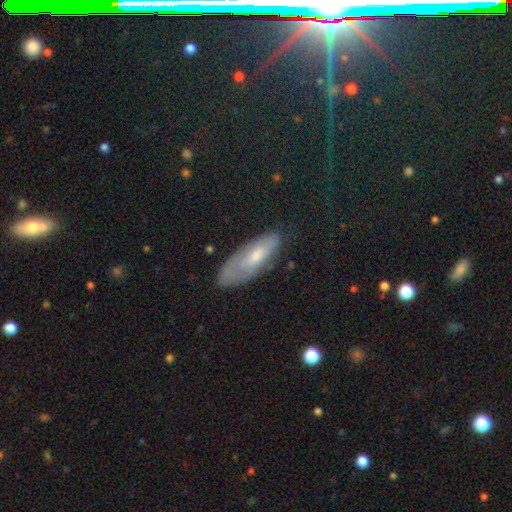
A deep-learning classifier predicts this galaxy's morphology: smooth 42%, featured or disk 41%, star or artifact 17%. Down the decision tree: merging — none (67%).